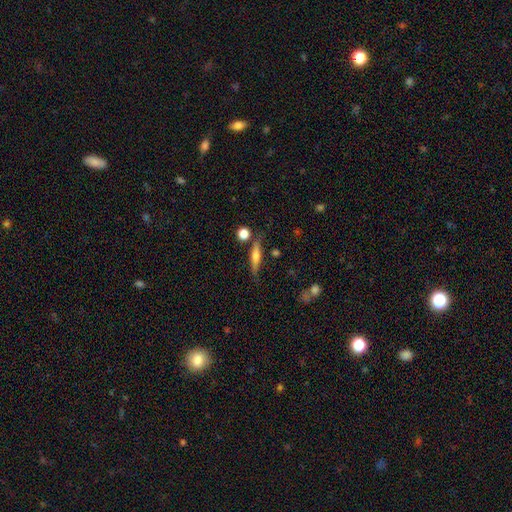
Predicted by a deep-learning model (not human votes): A featured or disk galaxy (51%) viewed edge-on (93%).

Vote fractions:
- Smooth or featured? featured or disk: 51% / smooth: 41% / star or artifact: 8%
- Edge-on disk? yes: 93% / no: 7%
- Merging? none: 75% / minor disturbance: 14% / merger: 7% / major disturbance: 4%